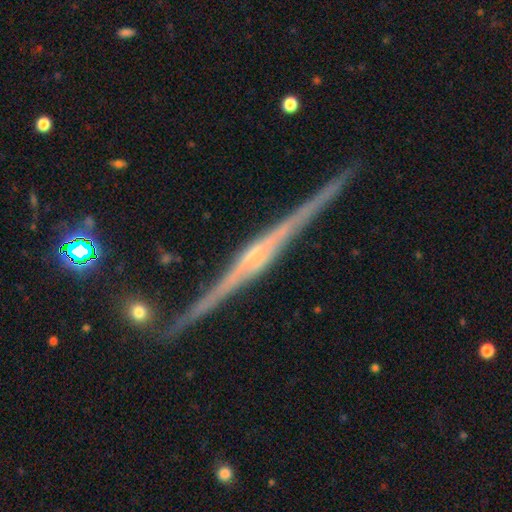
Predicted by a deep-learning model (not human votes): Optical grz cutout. It shows a featured or disk galaxy (89%) viewed edge-on (98%) with a rounded central bulge (57%). Merging: none (88%).